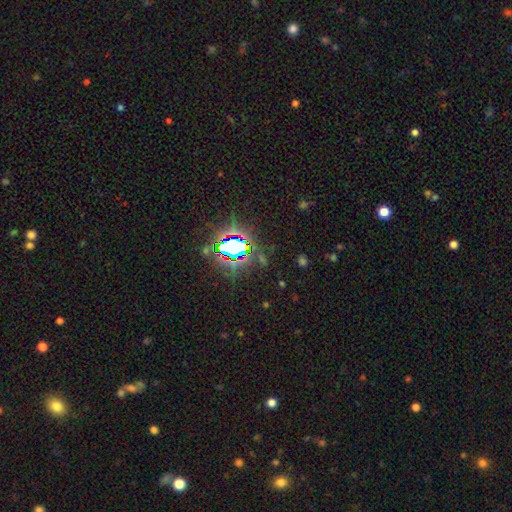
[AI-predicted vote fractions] Morphology: type=star or artifact (83%).